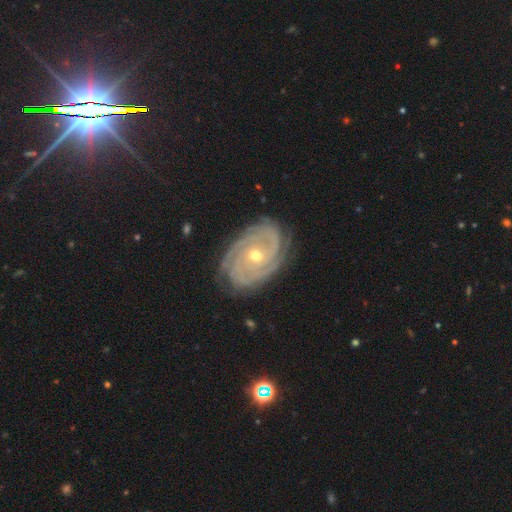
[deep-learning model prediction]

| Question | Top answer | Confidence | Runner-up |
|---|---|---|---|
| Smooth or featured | featured or disk | 91% | star or artifact (5%) |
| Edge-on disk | no | 97% | yes (3%) |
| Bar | no | 76% | weak (18%) |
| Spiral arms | yes | 98% | no (2%) |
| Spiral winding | tight | 83% | medium (15%) |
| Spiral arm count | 3 | 29% | 2 (20%) |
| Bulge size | small | 50% | moderate (48%) |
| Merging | none | 80% | minor disturbance (15%) |